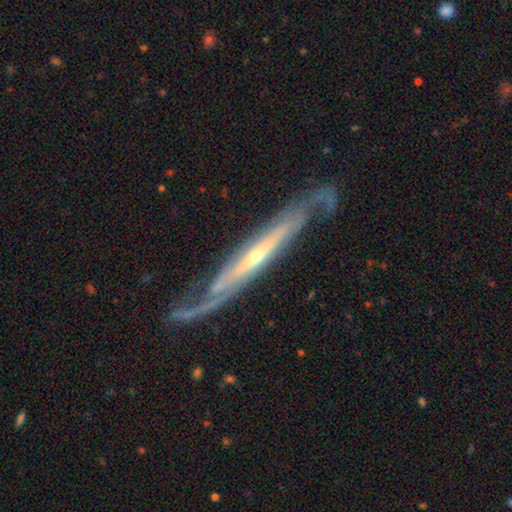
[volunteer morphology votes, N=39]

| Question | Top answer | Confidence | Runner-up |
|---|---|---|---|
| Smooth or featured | featured or disk | 90% | smooth (8%) |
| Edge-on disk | no | 63% | yes (37%) |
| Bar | strong | 45% | weak (27%) |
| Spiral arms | yes | 100% | — |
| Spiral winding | medium | 45% | tight (36%) |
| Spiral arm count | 2 | 82% | can't tell (14%) |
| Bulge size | small | 50% | moderate (32%) |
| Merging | none | 68% | minor disturbance (13%) |